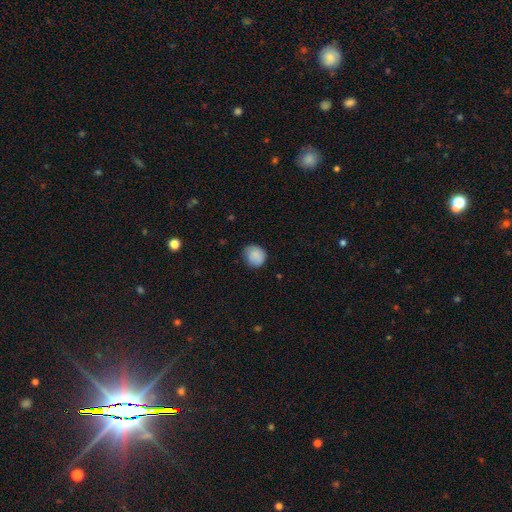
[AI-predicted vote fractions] Smooth or featured: smooth — 86% (star or artifact — 7%)
How rounded: round — 84% (in between — 15%)
Merging: none — 72% (minor disturbance — 23%)